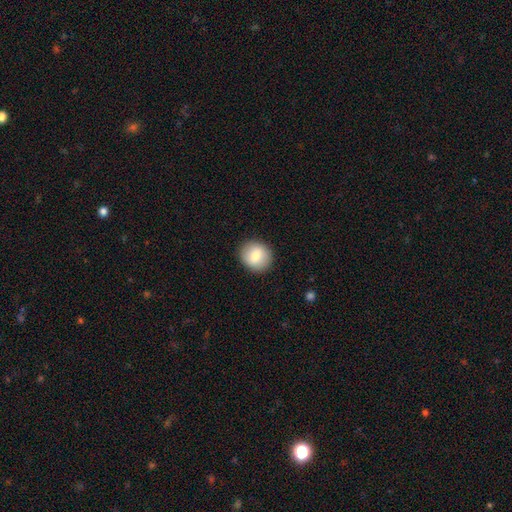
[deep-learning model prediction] A smooth galaxy with no disk features (80%) that is round (84%).

Vote fractions:
- Smooth or featured? smooth: 80% / featured or disk: 13% / star or artifact: 8%
- How rounded? round: 84% / in between: 15% / cigar-shaped: 1%
- Merging? none: 90% / minor disturbance: 7% / major disturbance: 2% / merger: 1%